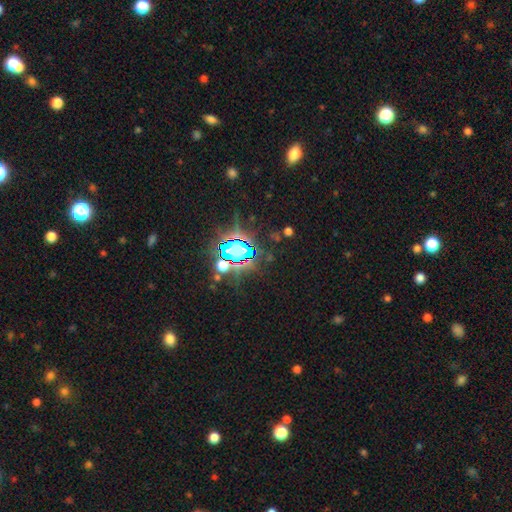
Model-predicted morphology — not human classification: type=star or artifact (83%).